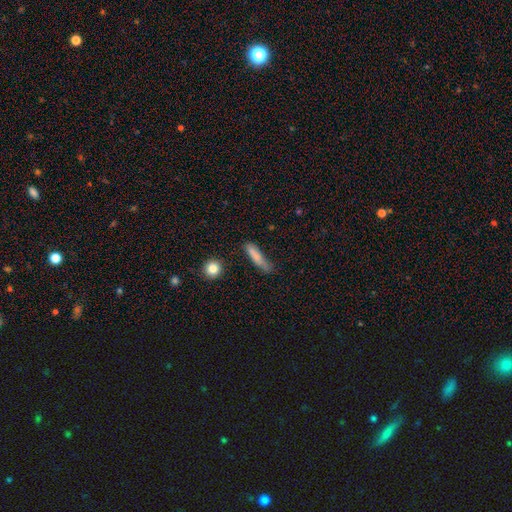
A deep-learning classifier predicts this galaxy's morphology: This is likely a smooth galaxy (79%). How rounded: likely cigar-shaped (80%). Merging: likely none (60%).